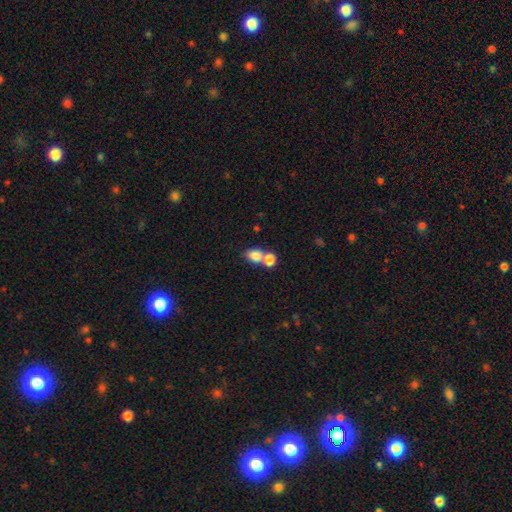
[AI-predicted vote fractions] smooth_or_featured: smooth (p=0.82) [alt: featured or disk p=0.09]
how_rounded: in between (p=0.54) [alt: round p=0.44]
merging: merger (p=0.58) [alt: none p=0.32]